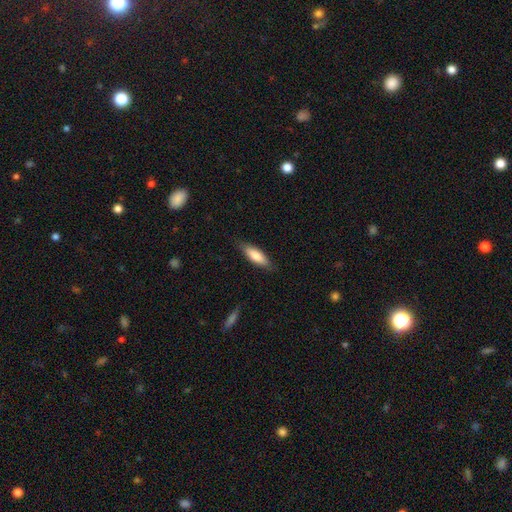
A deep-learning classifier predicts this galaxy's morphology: Smooth or featured? smooth (78%)
How rounded? in between (55%)
Merging? none (84%)